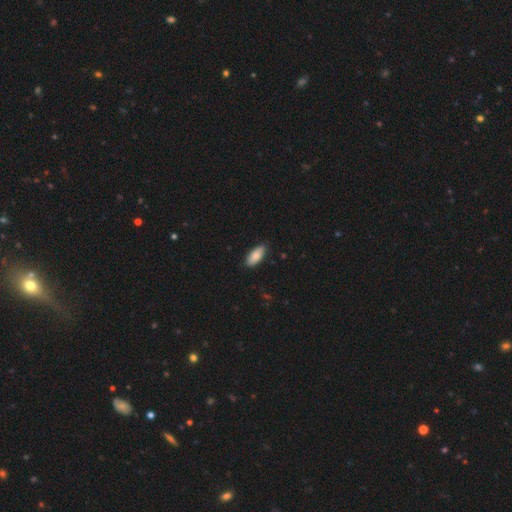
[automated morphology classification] A smooth galaxy with no disk features (84%) that is in between round and cigar-shaped (86%).

Vote fractions:
- Smooth or featured? smooth: 84% / featured or disk: 10% / star or artifact: 6%
- How rounded? in between: 86% / cigar-shaped: 12% / round: 2%
- Merging? none: 85% / minor disturbance: 13% / major disturbance: 2% / merger: 1%